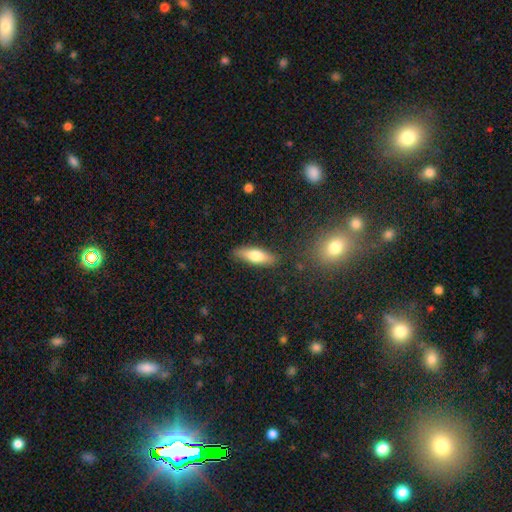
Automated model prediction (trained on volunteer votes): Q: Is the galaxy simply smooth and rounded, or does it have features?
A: smooth — 68%.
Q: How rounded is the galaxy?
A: cigar-shaped — 50%.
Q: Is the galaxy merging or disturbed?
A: none — 86%.